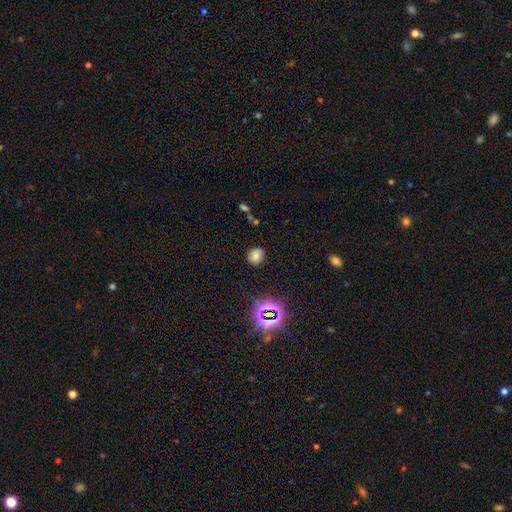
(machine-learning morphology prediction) A smooth galaxy with no disk features (72%) that is round (61%).

Vote fractions:
- Smooth or featured? smooth: 72% / star or artifact: 20% / featured or disk: 7%
- How rounded? round: 61% / in between: 38% / cigar-shaped: 1%
- Merging? none: 85% / minor disturbance: 10% / major disturbance: 3% / merger: 2%